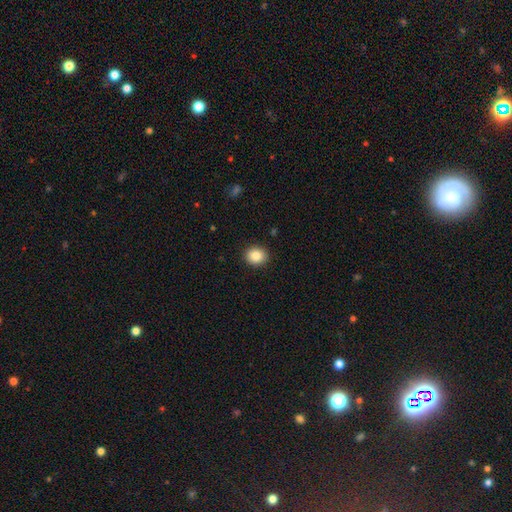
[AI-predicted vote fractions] smooth-or-featured: smooth: 87% | star or artifact: 9% | featured or disk: 4%
  how-rounded: round: 73% | in between: 26% | cigar-shaped: 1%
  merging: none: 91% | minor disturbance: 6% | major disturbance: 2% | merger: 1%